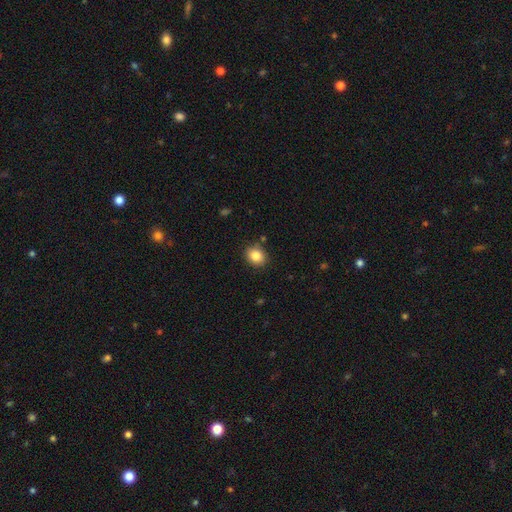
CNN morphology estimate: A smooth galaxy with no disk features (85%) that is round (65%). Merging: none (85%).